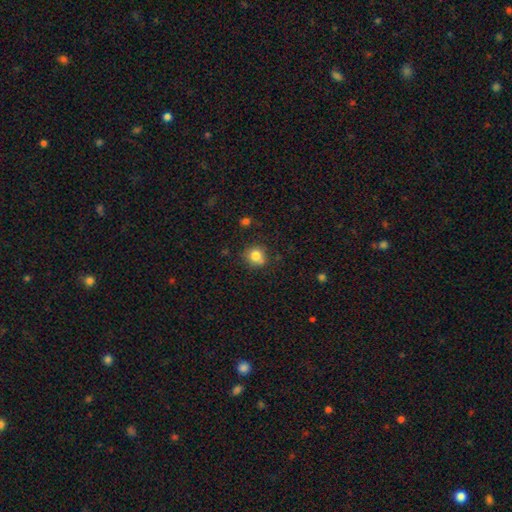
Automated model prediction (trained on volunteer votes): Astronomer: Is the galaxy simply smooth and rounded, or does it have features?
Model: smooth — 81%.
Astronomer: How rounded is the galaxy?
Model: round — 81%.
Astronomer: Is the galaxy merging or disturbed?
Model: none — 75%.